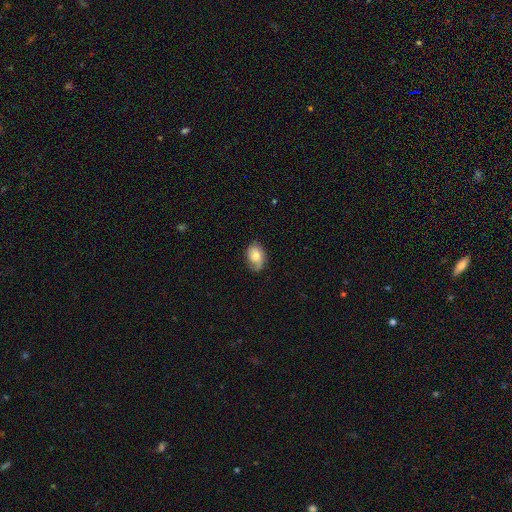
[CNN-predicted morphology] Smooth or featured? Predicted: smooth (p=0.67). How rounded? Predicted: in between (p=0.79). Merging? Predicted: none (p=0.62).